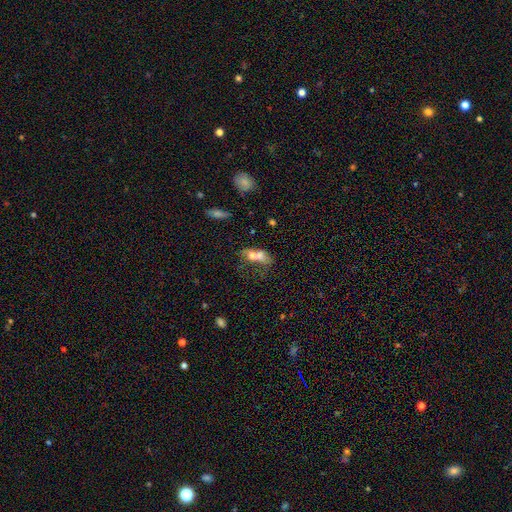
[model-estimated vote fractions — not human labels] This is likely a smooth galaxy (62%). How rounded: likely in between (65%). Merging: likely merger (69%).